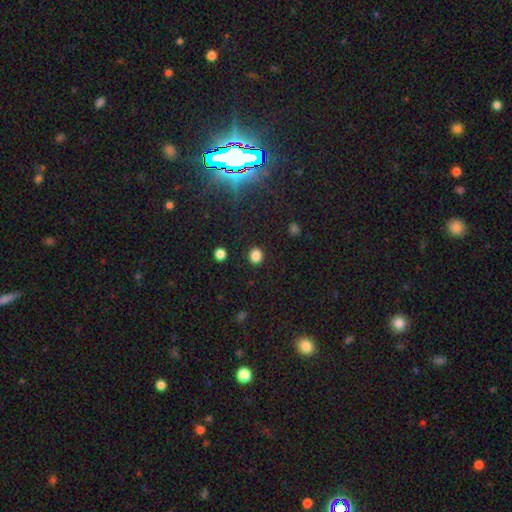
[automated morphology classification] type=smooth (85%); roundness=round (72%); merging=none (90%).